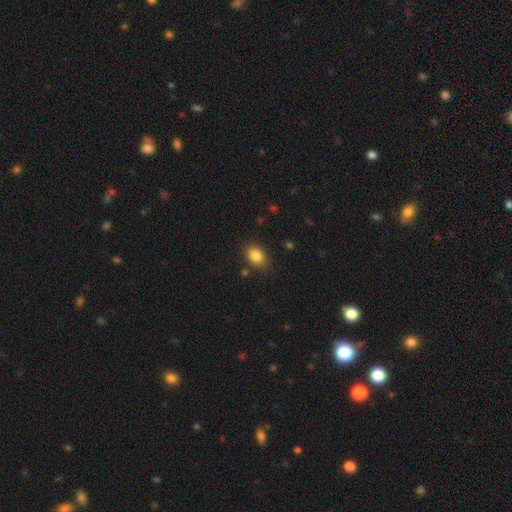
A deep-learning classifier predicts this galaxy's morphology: Smooth or featured?
  - smooth: 85% *
  - star or artifact: 9%
  - featured or disk: 5%
How rounded?
  - in between: 77% *
  - round: 22%
  - cigar-shaped: 1%
Merging?
  - none: 84% *
  - minor disturbance: 11%
  - major disturbance: 3%
  - merger: 2%